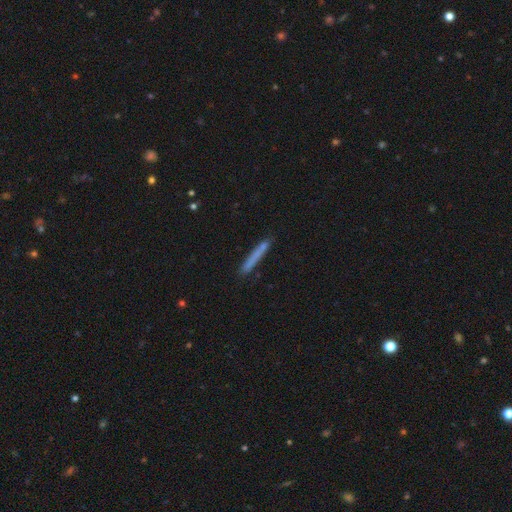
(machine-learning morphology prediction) Q: Smooth or featured?
A: smooth (70%); runner-up: featured or disk (23%)
Q: How rounded?
A: cigar-shaped (97%); runner-up: in between (2%)
Q: Merging?
A: none (87%); runner-up: minor disturbance (10%)